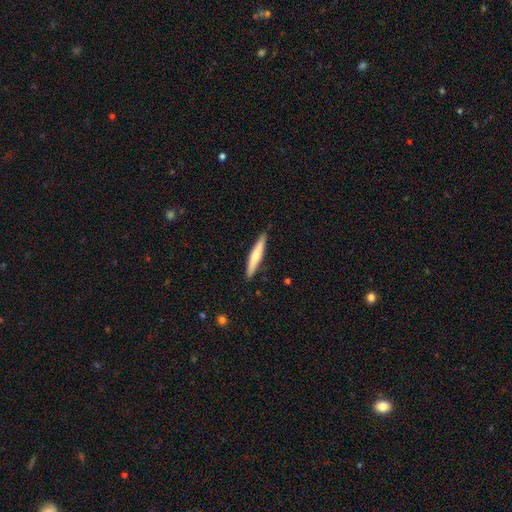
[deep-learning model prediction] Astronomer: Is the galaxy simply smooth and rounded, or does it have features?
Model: smooth — 58% (runner-up: featured or disk, 37%).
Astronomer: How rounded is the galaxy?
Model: cigar-shaped — 92%.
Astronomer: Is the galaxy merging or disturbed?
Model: none — 89%.